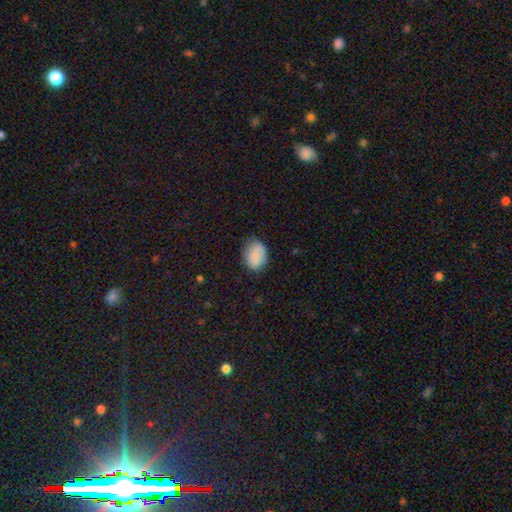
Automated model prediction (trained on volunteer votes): This appears to be a smooth galaxy with no disk features (85%) that is in between round and cigar-shaped (73%). Merging: none (67%).